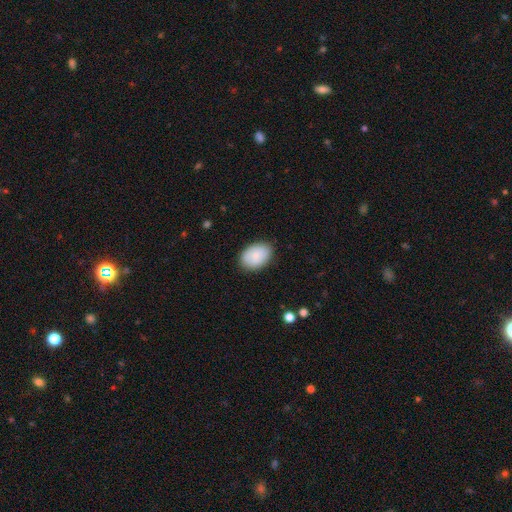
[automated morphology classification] A smooth galaxy with no disk features (83%) that is in between round and cigar-shaped (84%).

Vote fractions:
- Smooth or featured? smooth: 83% / featured or disk: 11% / star or artifact: 6%
- How rounded? in between: 84% / round: 15% / cigar-shaped: 1%
- Merging? none: 85% / minor disturbance: 11% / major disturbance: 2% / merger: 1%